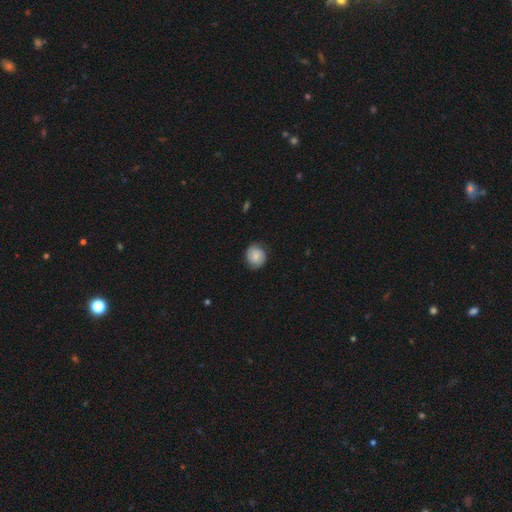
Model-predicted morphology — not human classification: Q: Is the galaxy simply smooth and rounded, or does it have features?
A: smooth — 67%.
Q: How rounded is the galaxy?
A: round — 79%.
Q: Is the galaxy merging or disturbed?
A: none — 80%.